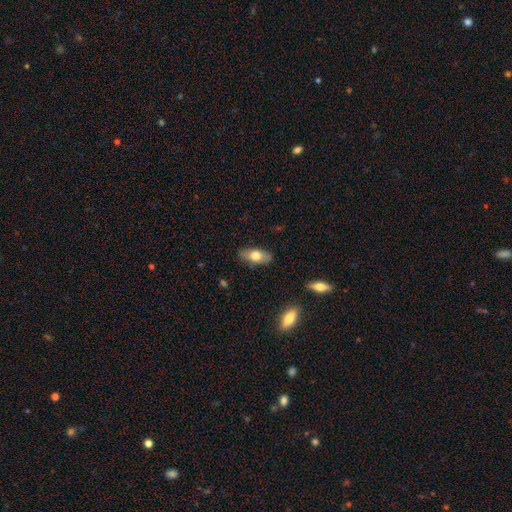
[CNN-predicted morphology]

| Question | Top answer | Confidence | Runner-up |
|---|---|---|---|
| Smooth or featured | smooth | 71% | featured or disk (23%) |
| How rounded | in between | 84% | cigar-shaped (12%) |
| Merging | none | 86% | minor disturbance (10%) |